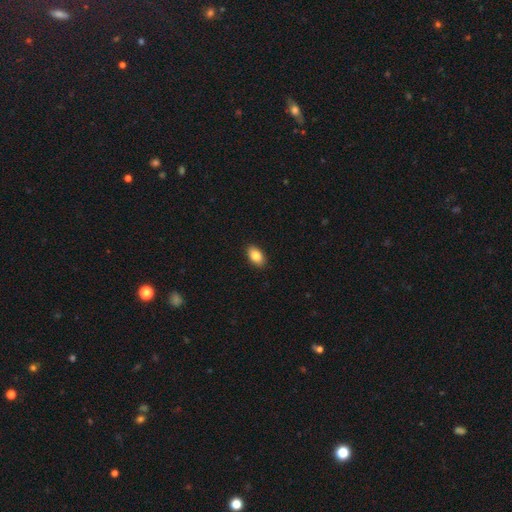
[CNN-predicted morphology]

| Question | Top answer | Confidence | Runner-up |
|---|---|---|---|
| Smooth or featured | smooth | 86% | star or artifact (7%) |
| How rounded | in between | 91% | round (7%) |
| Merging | none | 90% | minor disturbance (8%) |